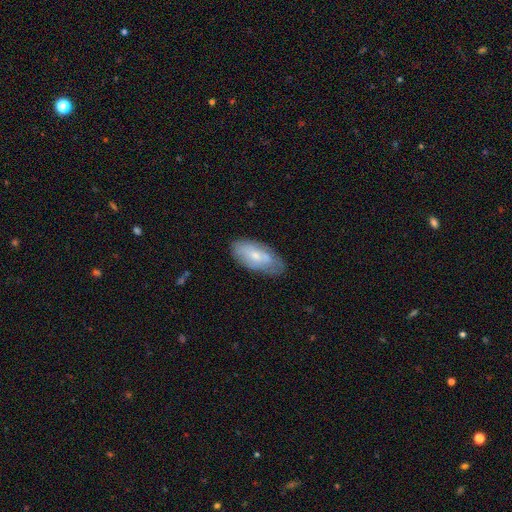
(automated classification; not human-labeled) Q: Smooth or featured?
A: smooth (57%); runner-up: featured or disk (37%)
Q: How rounded?
A: in between (91%); runner-up: cigar-shaped (7%)
Q: Merging?
A: none (67%); runner-up: minor disturbance (25%)